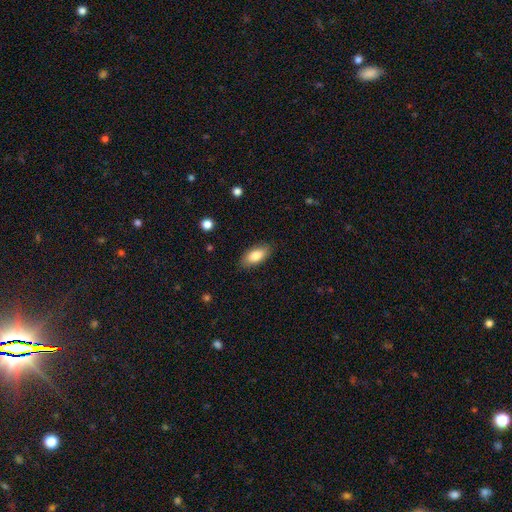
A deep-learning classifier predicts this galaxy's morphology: Smooth or featured: smooth — 84% (featured or disk — 9%)
How rounded: in between — 89% (cigar-shaped — 8%)
Merging: none — 85% (minor disturbance — 11%)